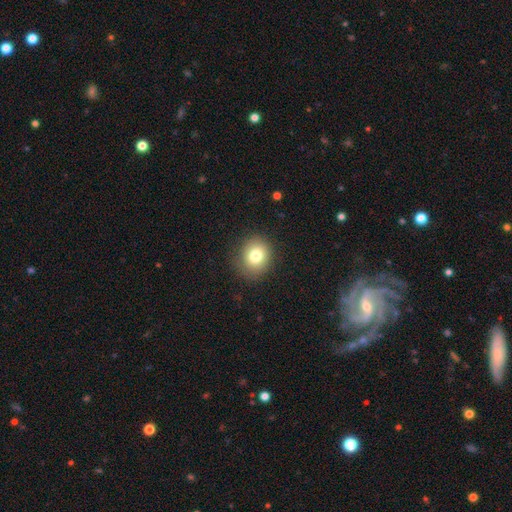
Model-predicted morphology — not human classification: type=smooth (78%); roundness=round (73%); merging=none (84%).